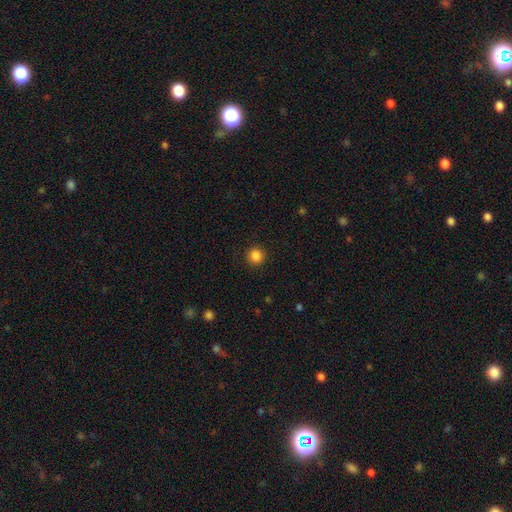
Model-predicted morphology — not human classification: Smooth or featured: smooth — 86% (star or artifact — 11%)
How rounded: round — 94% (in between — 5%)
Merging: none — 92% (minor disturbance — 5%)